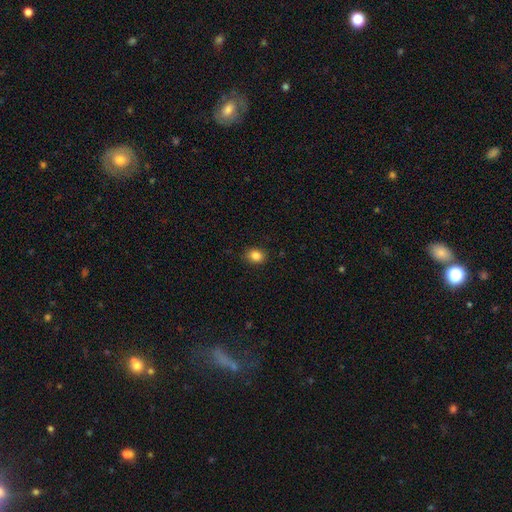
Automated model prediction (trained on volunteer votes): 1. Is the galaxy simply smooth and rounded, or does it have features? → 85% smooth, 10% star or artifact, 5% featured or disk.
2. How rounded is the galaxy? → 50% in between, 49% round, 1% cigar-shaped.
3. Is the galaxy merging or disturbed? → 88% none, 9% minor disturbance, 2% major disturbance, 1% merger.